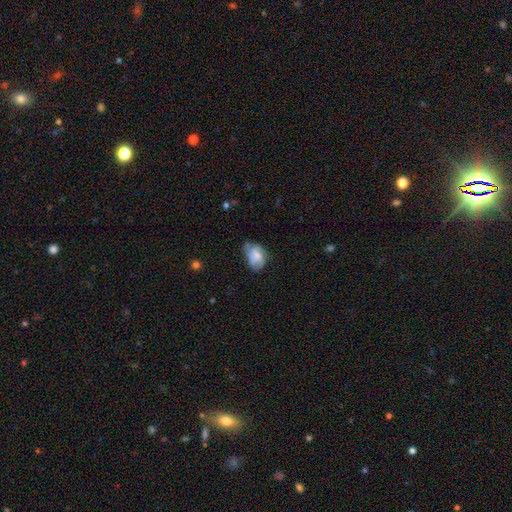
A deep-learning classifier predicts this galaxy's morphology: type=smooth (57%); roundness=in between (79%); merging=none (42%).